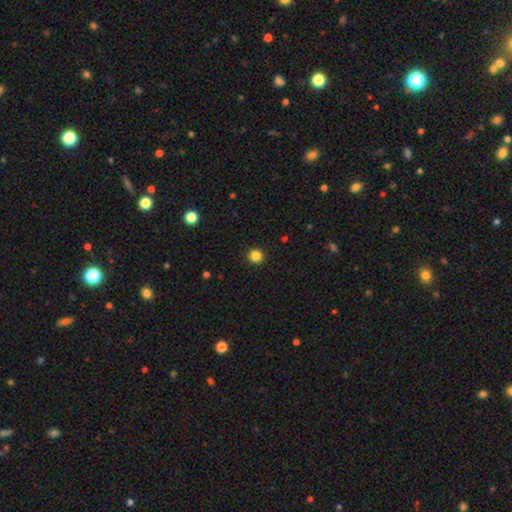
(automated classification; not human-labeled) Q: Smooth or featured?
A: smooth (85%); runner-up: star or artifact (12%)
Q: How rounded?
A: round (94%); runner-up: in between (5%)
Q: Merging?
A: none (93%); runner-up: minor disturbance (4%)